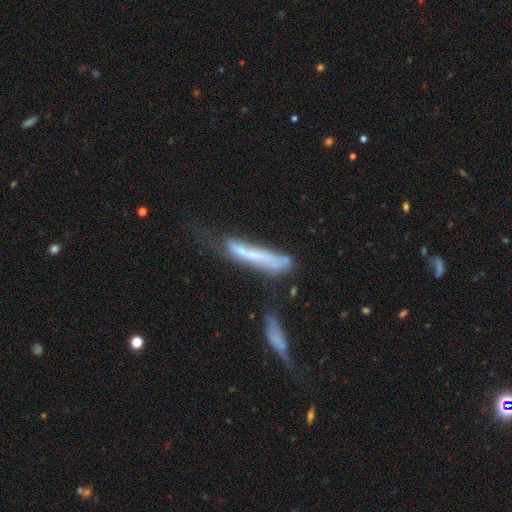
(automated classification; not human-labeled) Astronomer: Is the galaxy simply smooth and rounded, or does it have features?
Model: featured or disk — 48% (runner-up: smooth, 43%).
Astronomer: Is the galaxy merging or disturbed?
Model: none — 29% (runner-up: major disturbance, 25%).